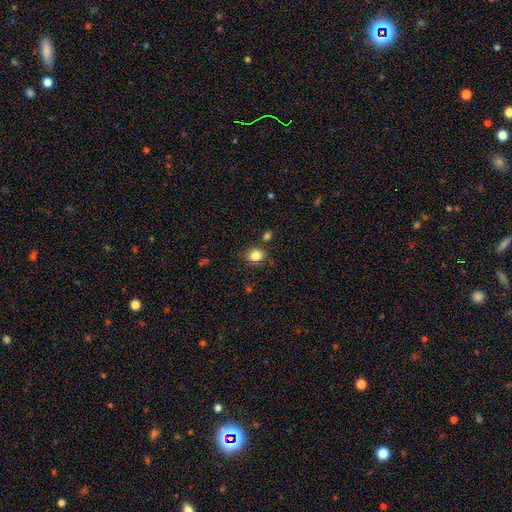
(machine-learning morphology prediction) Smooth or featured? Predicted: smooth (p=0.83). How rounded? Predicted: round (p=0.68). Merging? Predicted: none (p=0.79).